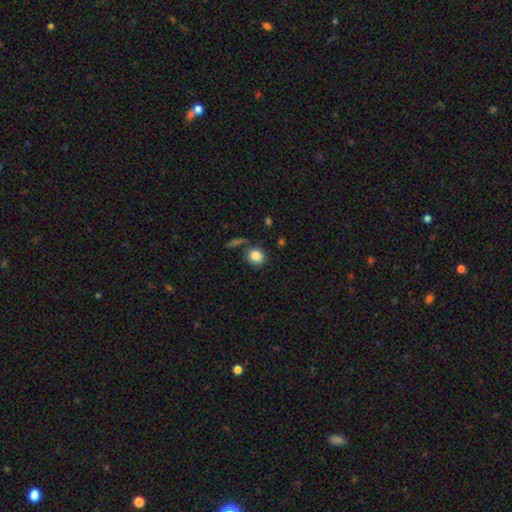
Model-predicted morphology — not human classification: Smooth or featured?
  - smooth: 84% *
  - star or artifact: 9%
  - featured or disk: 7%
How rounded?
  - round: 68% *
  - in between: 31%
  - cigar-shaped: 1%
Merging?
  - none: 73% *
  - minor disturbance: 14%
  - merger: 8%
  - major disturbance: 5%